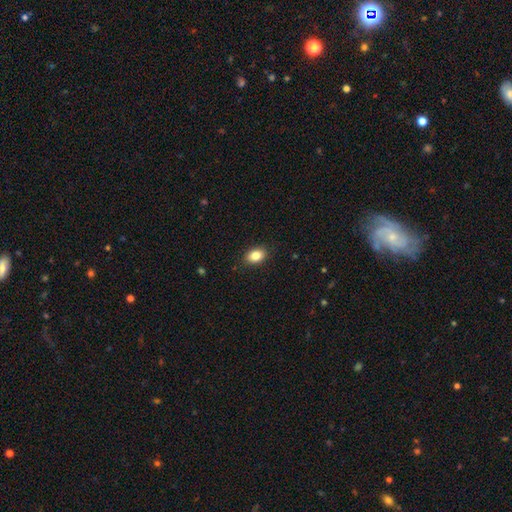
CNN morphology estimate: Overall: smooth (85%). How rounded: in between (81%). Merging: none (88%).